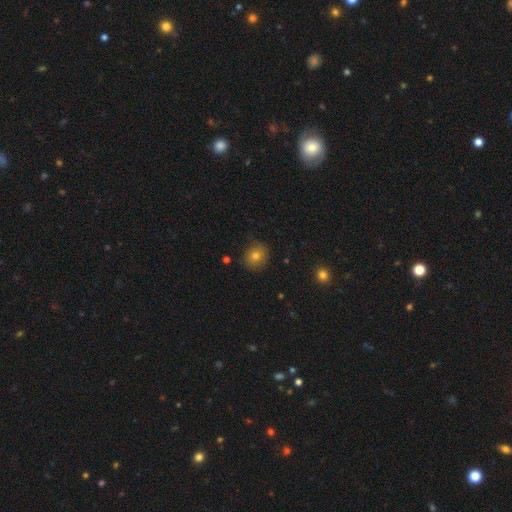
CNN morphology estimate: Smooth or featured? smooth (78%)
How rounded? round (76%)
Merging? none (84%)